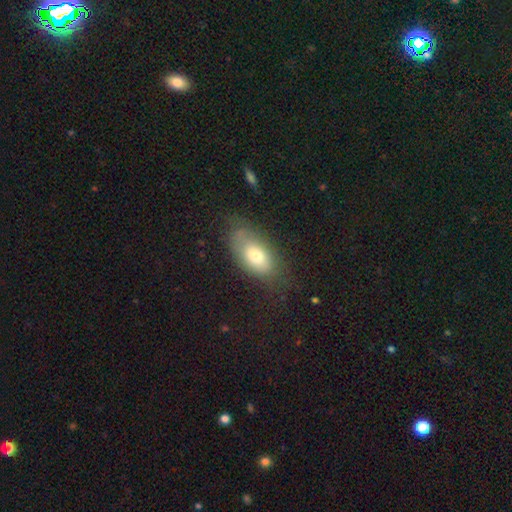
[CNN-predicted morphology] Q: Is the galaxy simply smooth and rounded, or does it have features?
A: smooth — 70%.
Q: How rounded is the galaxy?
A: in between — 89%.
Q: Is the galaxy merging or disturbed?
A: none — 60%.